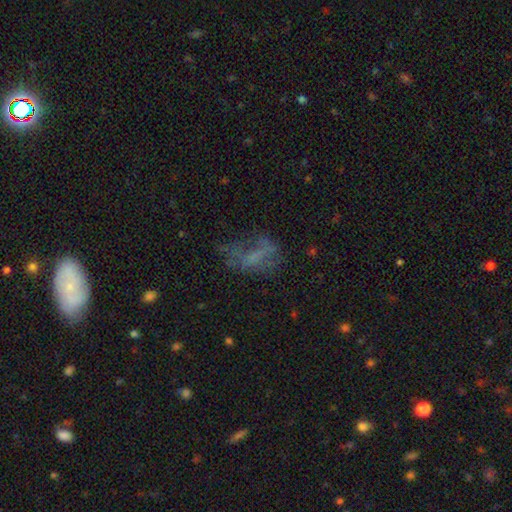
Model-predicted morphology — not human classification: This is marginally a featured or disk galaxy (38%). Merging: marginally none (39%).